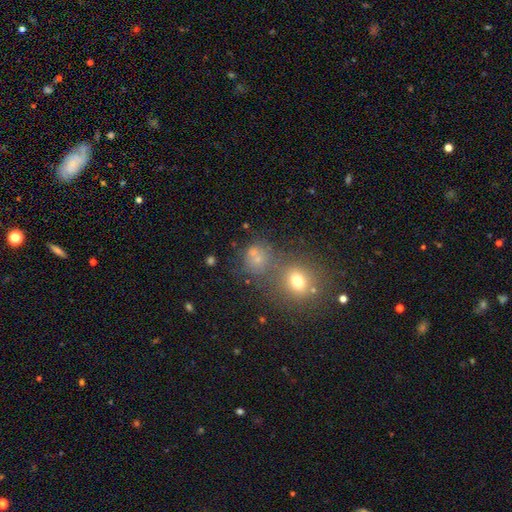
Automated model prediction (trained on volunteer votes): smooth_or_featured: smooth (p=0.60) [alt: star or artifact p=0.26]
how_rounded: round (p=0.79) [alt: in between p=0.20]
merging: none (p=0.55) [alt: merger p=0.27]